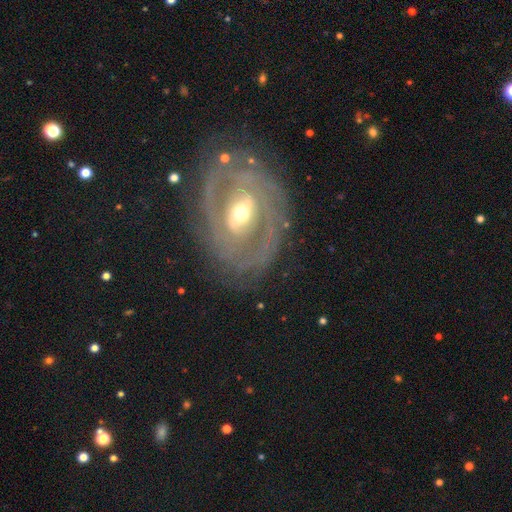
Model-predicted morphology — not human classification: Smooth or featured?
  - featured or disk: 84% *
  - smooth: 10%
  - star or artifact: 6%
Edge-on disk?
  - no: 95% *
  - yes: 5%
Bar?
  - weak: 39% *
  - no: 32%
  - strong: 28%
Spiral arms?
  - yes: 80% *
  - no: 20%
Spiral winding?
  - tight: 62% *
  - medium: 29%
  - loose: 9%
Spiral arm count?
  - 2: 51% *
  - can't tell: 26%
  - 3: 10%
  - 1: 6%
  - 4: 4%
  - more than 4: 4%
Bulge size?
  - moderate: 58% *
  - small: 35%
  - large: 5%
  - dominant: 1%
  - none: 1%
Merging?
  - none: 75% *
  - minor disturbance: 15%
  - major disturbance: 8%
  - merger: 2%